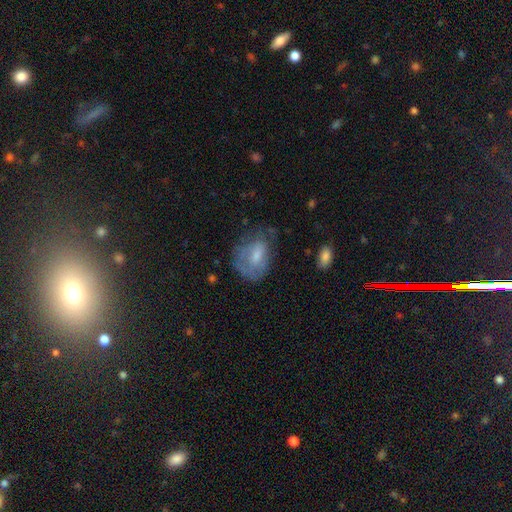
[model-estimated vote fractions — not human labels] This is possibly a smooth galaxy (54%). How rounded: likely in between (70%). Merging: marginally none (45%).